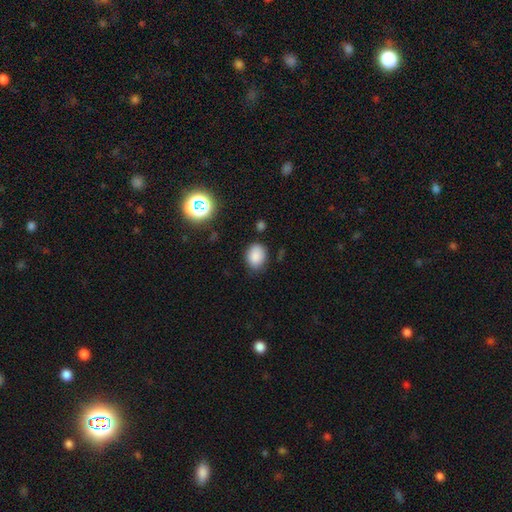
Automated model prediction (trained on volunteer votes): Q: Smooth or featured?
A: smooth (85%); runner-up: star or artifact (10%)
Q: How rounded?
A: in between (60%); runner-up: round (39%)
Q: Merging?
A: none (75%); runner-up: minor disturbance (19%)